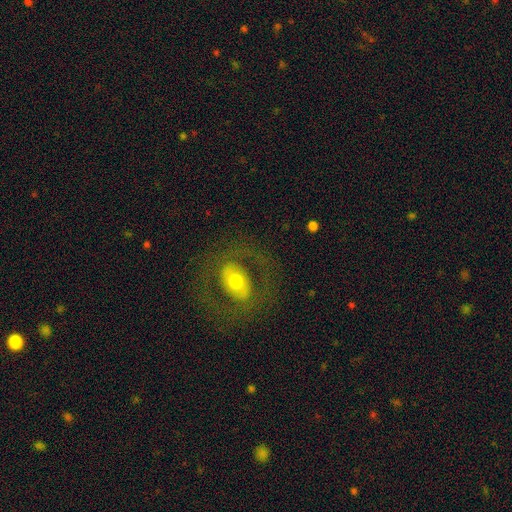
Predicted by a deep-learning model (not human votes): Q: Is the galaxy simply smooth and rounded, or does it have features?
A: featured or disk — 63%.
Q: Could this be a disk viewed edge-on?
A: no — 92%.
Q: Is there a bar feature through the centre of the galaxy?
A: weak — 35%.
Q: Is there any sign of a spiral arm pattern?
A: yes — 56%.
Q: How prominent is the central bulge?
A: moderate — 55%.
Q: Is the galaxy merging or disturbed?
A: none — 81%.